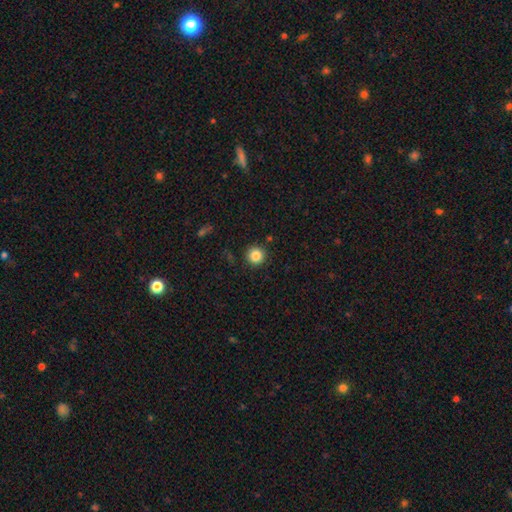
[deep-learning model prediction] smooth-or-featured: smooth: 85% | star or artifact: 11% | featured or disk: 5%
  how-rounded: round: 95% | in between: 4% | cigar-shaped: 1%
  merging: none: 91% | minor disturbance: 6% | major disturbance: 2% | merger: 1%